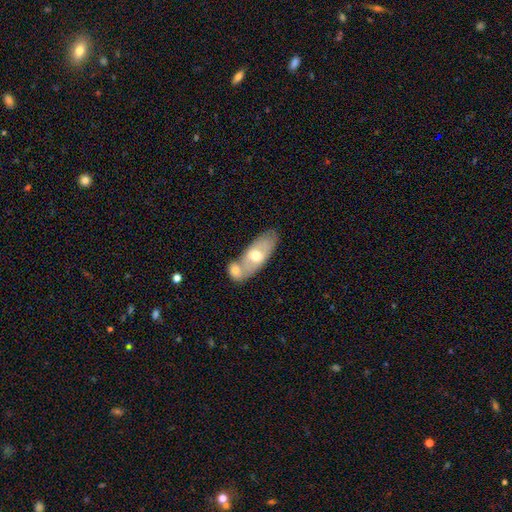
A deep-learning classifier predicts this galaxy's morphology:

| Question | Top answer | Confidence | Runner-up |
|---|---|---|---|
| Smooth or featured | smooth | 55% | featured or disk (40%) |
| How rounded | in between | 80% | cigar-shaped (16%) |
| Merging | merger | 50% | none (35%) |